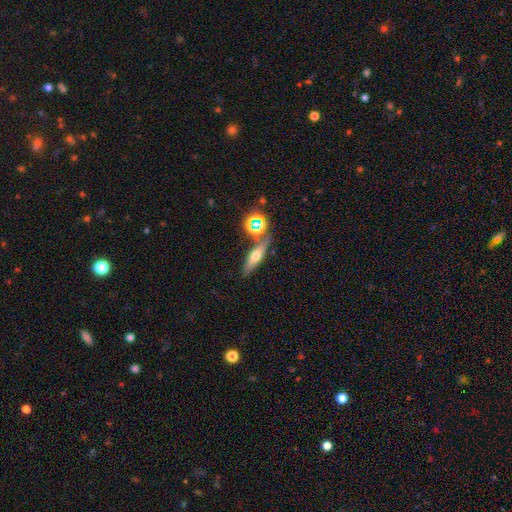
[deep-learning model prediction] The model was most divided on "smooth or featured": smooth: 45%, featured or disk: 39%, star or artifact: 16%. More confident: merging — none (72%).